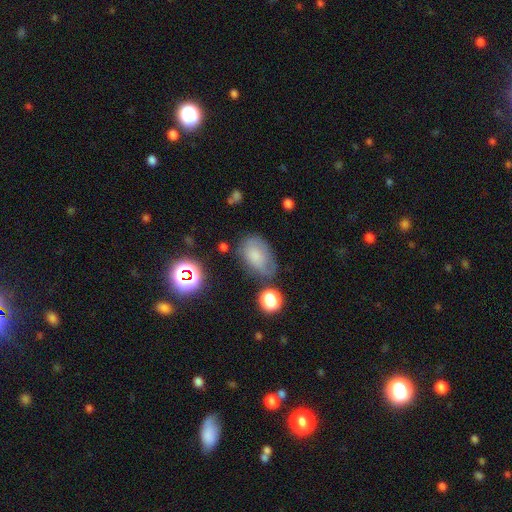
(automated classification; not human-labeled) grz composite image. It shows a smooth galaxy with no disk features (62%) that is in between round and cigar-shaped (86%). Merging: none (52%).